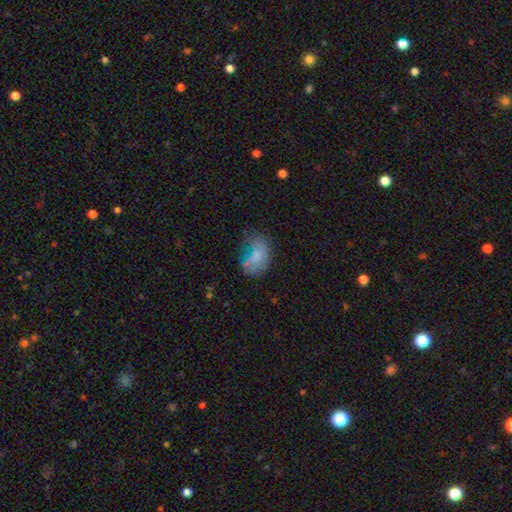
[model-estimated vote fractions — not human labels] Overall: smooth (66%). How rounded: in between (82%). Merging: none (33%; minor disturbance 30%).